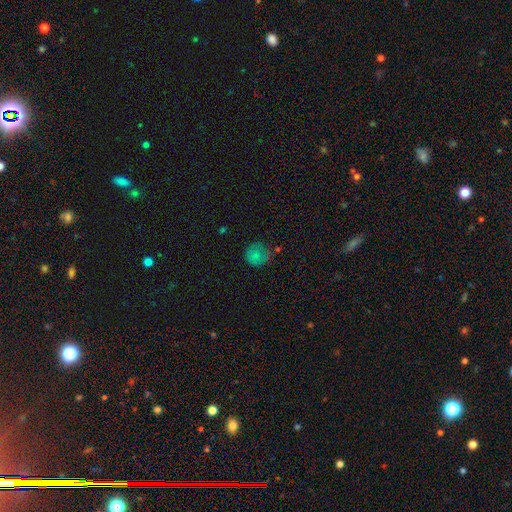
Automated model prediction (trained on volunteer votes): smooth_or_featured: smooth (p=0.73) [alt: star or artifact p=0.15]
how_rounded: round (p=0.88) [alt: in between p=0.11]
merging: none (p=0.57) [alt: minor disturbance p=0.24]